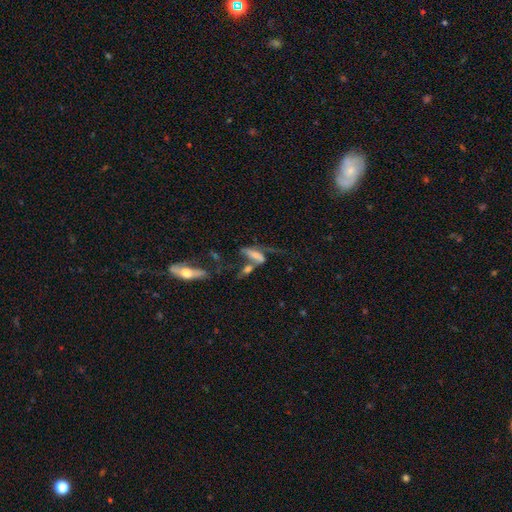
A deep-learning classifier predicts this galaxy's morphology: Q: Smooth or featured?
A: featured or disk (51%); runner-up: smooth (38%)
Q: Edge-on disk?
A: no (73%); runner-up: yes (27%)
Q: Merging?
A: merger (44%); runner-up: major disturbance (23%)